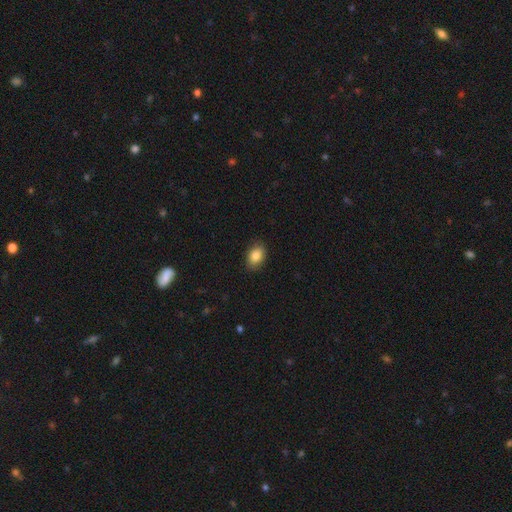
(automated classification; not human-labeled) Smooth or featured?
  - smooth: 86% *
  - star or artifact: 8%
  - featured or disk: 6%
How rounded?
  - in between: 82% *
  - round: 17%
  - cigar-shaped: 1%
Merging?
  - none: 86% *
  - minor disturbance: 10%
  - major disturbance: 2%
  - merger: 1%